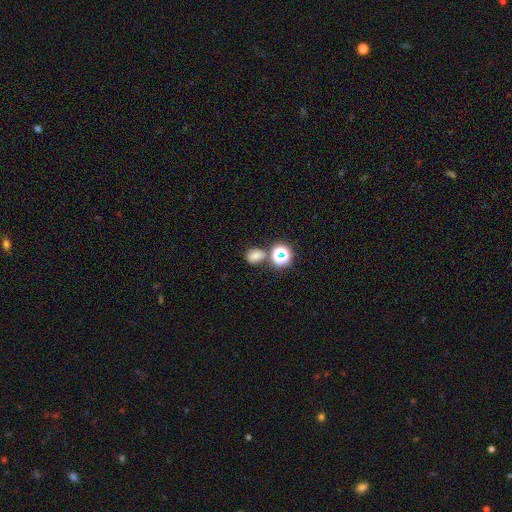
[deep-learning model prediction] Smooth or featured?
  - smooth: 67% *
  - star or artifact: 23%
  - featured or disk: 10%
How rounded?
  - in between: 54% *
  - round: 44%
  - cigar-shaped: 1%
Merging?
  - none: 67% *
  - merger: 15%
  - minor disturbance: 13%
  - major disturbance: 5%